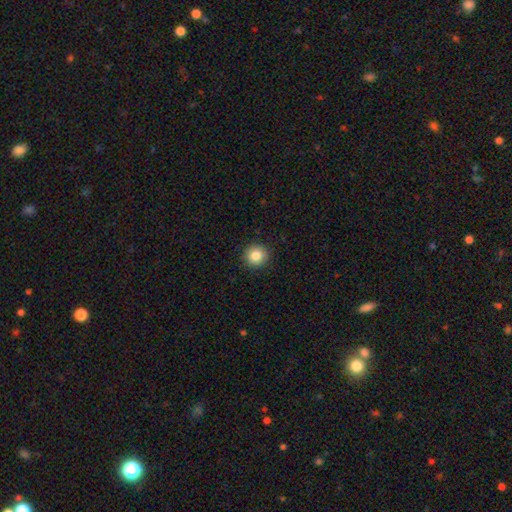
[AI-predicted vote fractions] Smooth or featured? Predicted: smooth (p=0.84). How rounded? Predicted: round (p=0.94). Merging? Predicted: none (p=0.92).